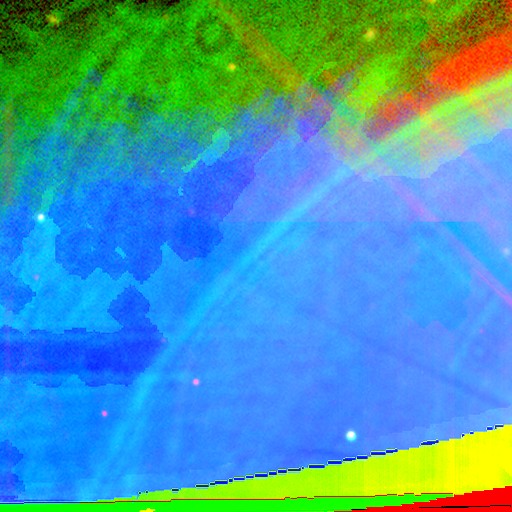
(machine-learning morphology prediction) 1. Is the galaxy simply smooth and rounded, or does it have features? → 81% star or artifact, 10% featured or disk, 9% smooth.